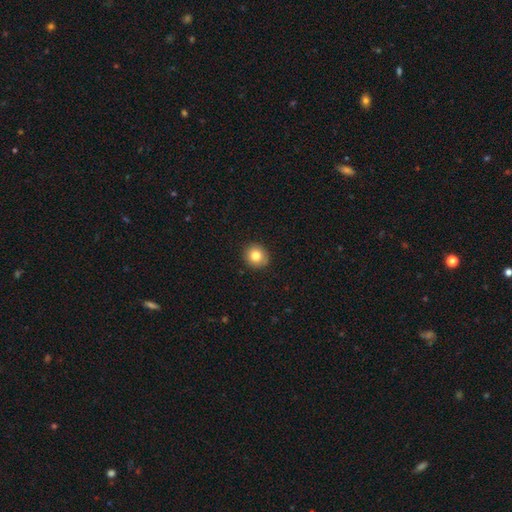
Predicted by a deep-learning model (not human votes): Smooth or featured?
  - smooth: 83% *
  - star or artifact: 9%
  - featured or disk: 8%
How rounded?
  - round: 84% *
  - in between: 15%
  - cigar-shaped: 1%
Merging?
  - none: 91% *
  - minor disturbance: 7%
  - major disturbance: 2%
  - merger: 1%